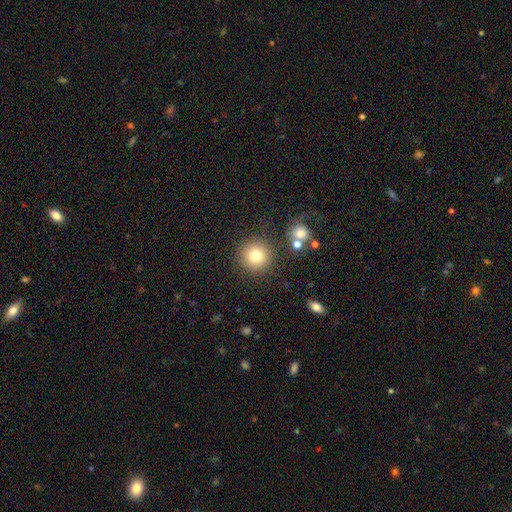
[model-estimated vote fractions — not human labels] smooth-or-featured: smooth: 78% | star or artifact: 12% | featured or disk: 10%
  how-rounded: round: 95% | in between: 4% | cigar-shaped: 1%
  merging: none: 84% | minor disturbance: 7% | merger: 5% | major disturbance: 3%